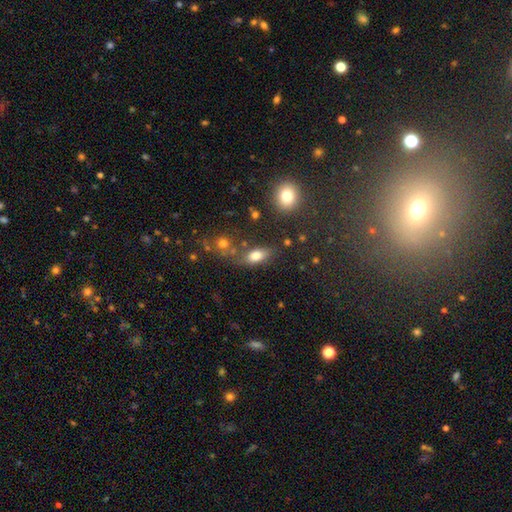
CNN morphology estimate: Q: Smooth or featured?
A: smooth (78%); runner-up: featured or disk (11%)
Q: How rounded?
A: in between (82%); runner-up: cigar-shaped (9%)
Q: Merging?
A: none (57%); runner-up: minor disturbance (20%)